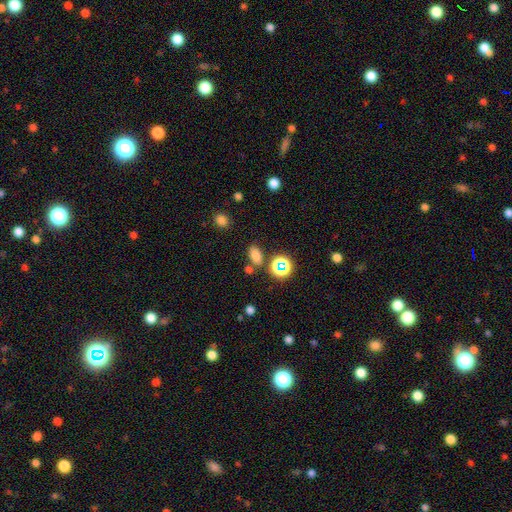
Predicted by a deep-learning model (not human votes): Smooth or featured: smooth — 72% (star or artifact — 21%)
How rounded: in between — 84% (round — 13%)
Merging: none — 74% (minor disturbance — 12%)